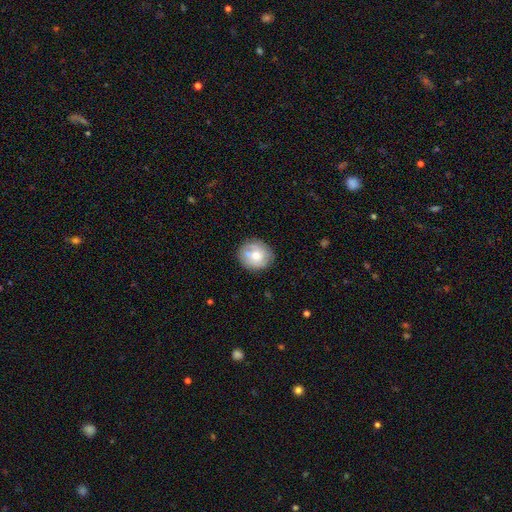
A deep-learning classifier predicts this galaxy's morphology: A smooth galaxy with no disk features (58%) that is round (86%).

Vote fractions:
- Smooth or featured? smooth: 58% / featured or disk: 34% / star or artifact: 8%
- How rounded? round: 86% / in between: 13% / cigar-shaped: 1%
- Merging? none: 77% / minor disturbance: 16% / major disturbance: 4% / merger: 3%